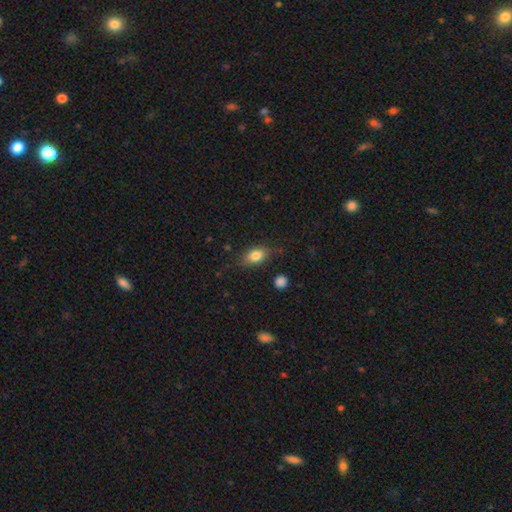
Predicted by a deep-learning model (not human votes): Smooth or featured?
  - smooth: 81% *
  - featured or disk: 10%
  - star or artifact: 9%
How rounded?
  - in between: 81% *
  - round: 15%
  - cigar-shaped: 4%
Merging?
  - none: 78% *
  - minor disturbance: 16%
  - major disturbance: 4%
  - merger: 2%